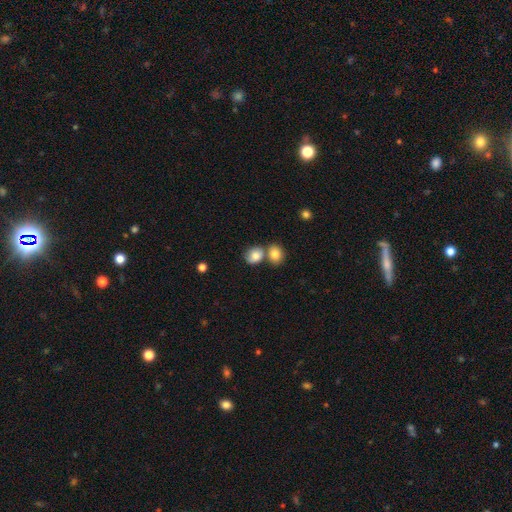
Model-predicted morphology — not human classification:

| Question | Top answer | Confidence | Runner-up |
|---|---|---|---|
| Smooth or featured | smooth | 82% | featured or disk (10%) |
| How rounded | round | 58% | in between (41%) |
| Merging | none | 44% | merger (41%) |